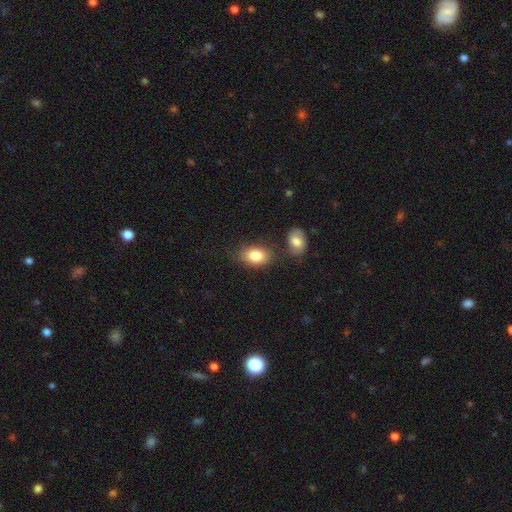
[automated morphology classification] smooth-or-featured: smooth: 83% | featured or disk: 9% | star or artifact: 8%
  how-rounded: in between: 81% | round: 18% | cigar-shaped: 1%
  merging: none: 68% | minor disturbance: 15% | merger: 12% | major disturbance: 4%